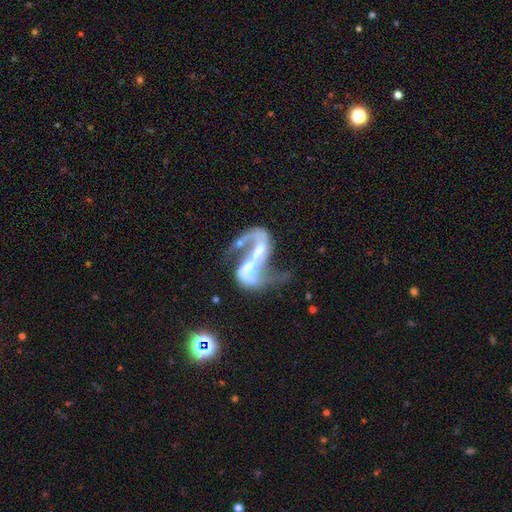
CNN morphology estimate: Smooth or featured? featured or disk (84%)
Edge-on disk? no (94%)
Bar? strong (44%)
Spiral arms? yes (88%)
Spiral winding? loose (72%)
Spiral arm count? 2 (82%)
Bulge size? small (48%)
Merging? merger (45%)